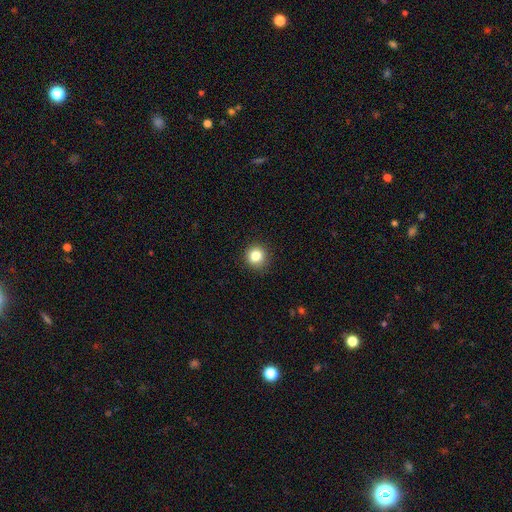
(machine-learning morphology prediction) Overall: smooth (83%). How rounded: round (92%). Merging: none (90%).